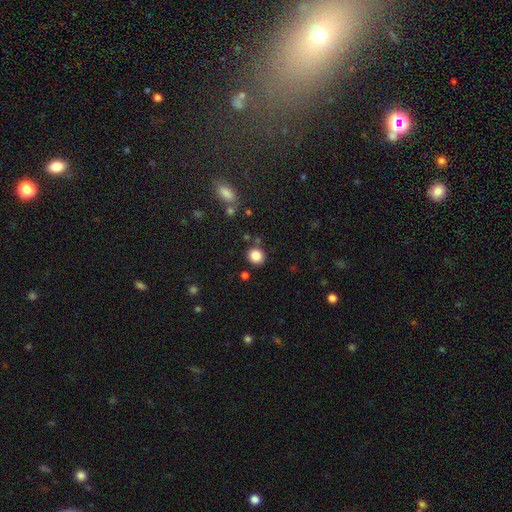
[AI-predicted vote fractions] Q: Smooth or featured?
A: smooth (85%); runner-up: star or artifact (10%)
Q: How rounded?
A: round (82%); runner-up: in between (18%)
Q: Merging?
A: none (84%); runner-up: minor disturbance (8%)